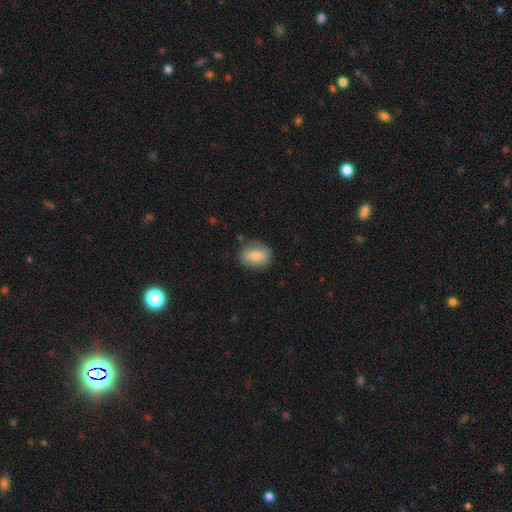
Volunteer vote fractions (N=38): Smooth or featured?
  - smooth: 82% *
  - featured or disk: 16%
  - star or artifact: 3%
How rounded?
  - in between: 55% *
  - round: 45%
  - cigar-shaped: 0%
Merging?
  - none: 78% *
  - minor disturbance: 19%
  - major disturbance: 3%
  - merger: 0%